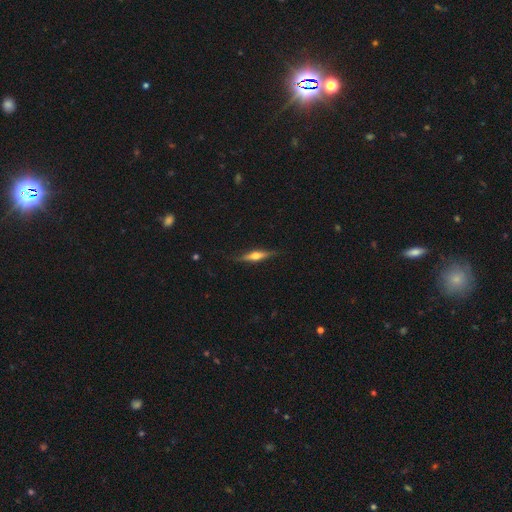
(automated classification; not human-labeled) Q: Smooth or featured?
A: featured or disk (65%); runner-up: smooth (29%)
Q: Edge-on disk?
A: yes (96%); runner-up: no (4%)
Q: Edge-on bulge?
A: rounded (91%); runner-up: boxy (5%)
Q: Merging?
A: none (85%); runner-up: minor disturbance (11%)